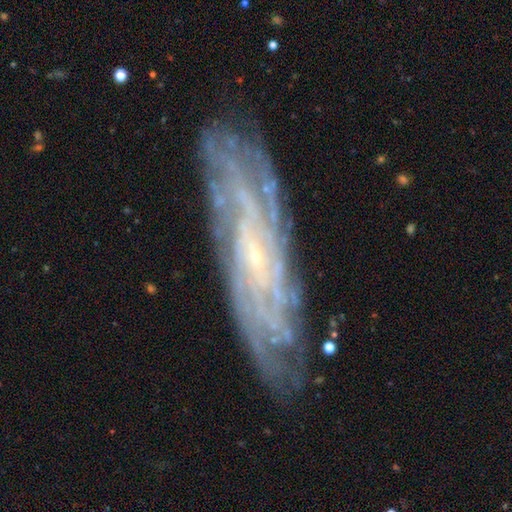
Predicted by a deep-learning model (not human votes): Smooth or featured? Predicted: featured or disk (p=0.85). Edge-on disk? Predicted: no (p=0.82). Bar? Predicted: no (p=0.63). Spiral arms? Predicted: yes (p=0.97). Spiral winding? Predicted: tight (p=0.75). Spiral arm count? Predicted: can't tell (p=0.32). Bulge size? Predicted: small (p=0.86). Merging? Predicted: none (p=0.84).